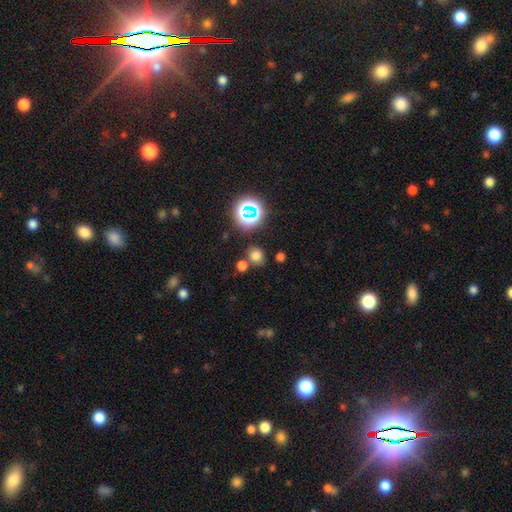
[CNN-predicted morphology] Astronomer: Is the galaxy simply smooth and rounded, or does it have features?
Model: smooth — 70%.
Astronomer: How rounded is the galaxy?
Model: round — 75%.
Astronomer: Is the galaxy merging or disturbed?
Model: none — 71%.